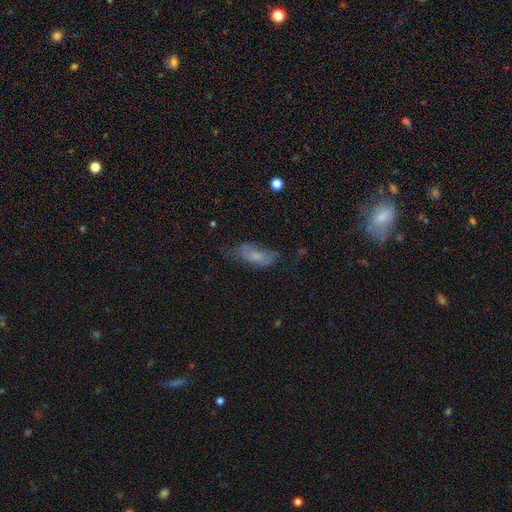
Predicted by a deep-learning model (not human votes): This is likely a smooth galaxy (61%). How rounded: likely in between (78%). Merging: possibly none (45%).